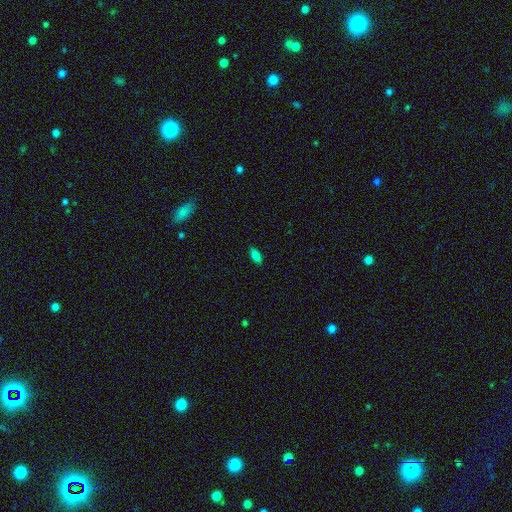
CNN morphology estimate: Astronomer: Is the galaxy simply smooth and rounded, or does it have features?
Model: smooth — 82%.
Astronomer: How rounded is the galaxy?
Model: in between — 86%.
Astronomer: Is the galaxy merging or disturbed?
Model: none — 85%.